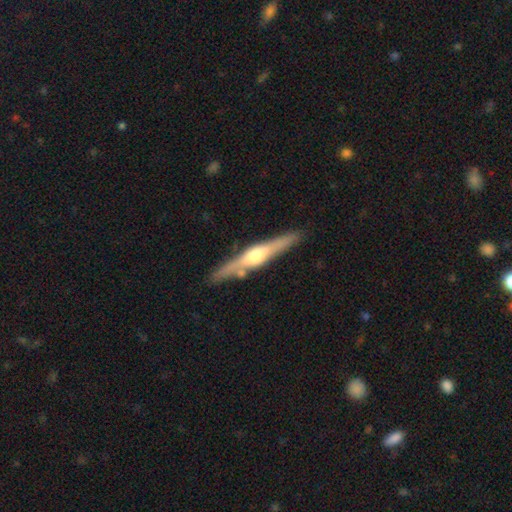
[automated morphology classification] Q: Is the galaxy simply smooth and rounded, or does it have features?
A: featured or disk — 70%.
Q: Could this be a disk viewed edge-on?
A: yes — 96%.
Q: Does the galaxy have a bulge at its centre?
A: rounded — 88%.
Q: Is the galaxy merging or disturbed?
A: none — 82%.